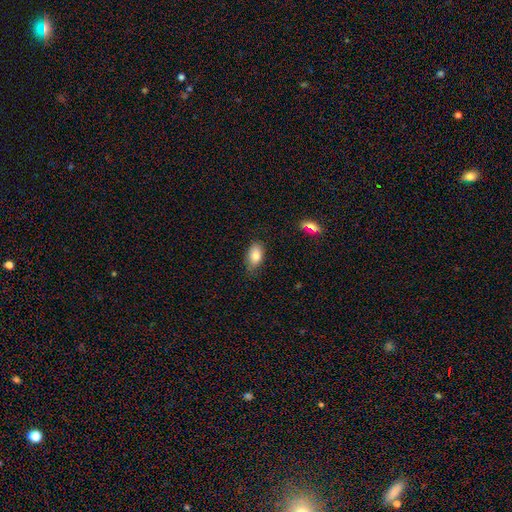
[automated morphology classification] A smooth galaxy with no disk features (82%) that is in between round and cigar-shaped (91%).

Vote fractions:
- Smooth or featured? smooth: 82% / featured or disk: 10% / star or artifact: 8%
- How rounded? in between: 91% / round: 7% / cigar-shaped: 3%
- Merging? none: 70% / minor disturbance: 24% / major disturbance: 4% / merger: 2%